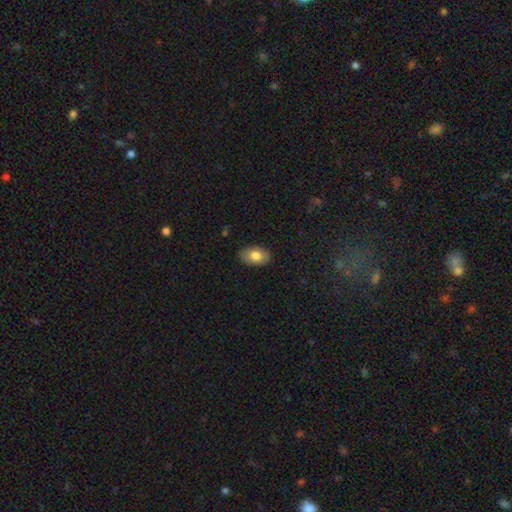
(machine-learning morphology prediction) Smooth or featured: smooth — 79% (featured or disk — 13%)
How rounded: in between — 87% (round — 12%)
Merging: none — 86% (minor disturbance — 11%)